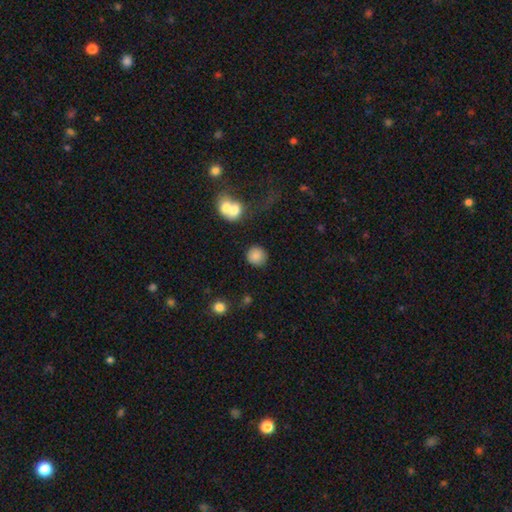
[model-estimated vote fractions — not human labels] smooth_or_featured: smooth (p=0.84) [alt: star or artifact p=0.10]
how_rounded: round (p=0.90) [alt: in between p=0.09]
merging: none (p=0.83) [alt: minor disturbance p=0.08]